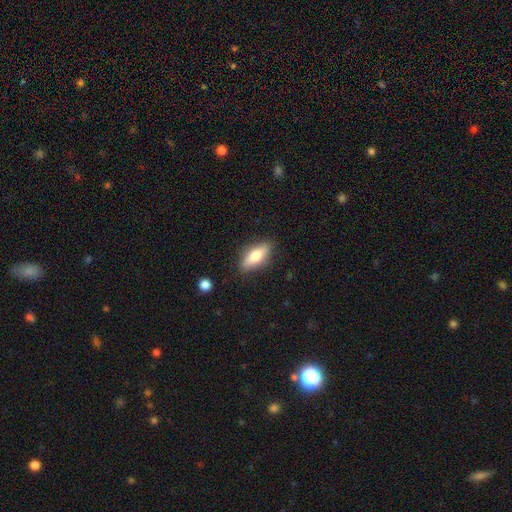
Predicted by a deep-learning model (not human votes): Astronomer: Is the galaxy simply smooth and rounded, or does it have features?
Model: smooth — 69%.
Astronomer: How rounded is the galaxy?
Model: in between — 69%.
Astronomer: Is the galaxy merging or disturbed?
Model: none — 85%.